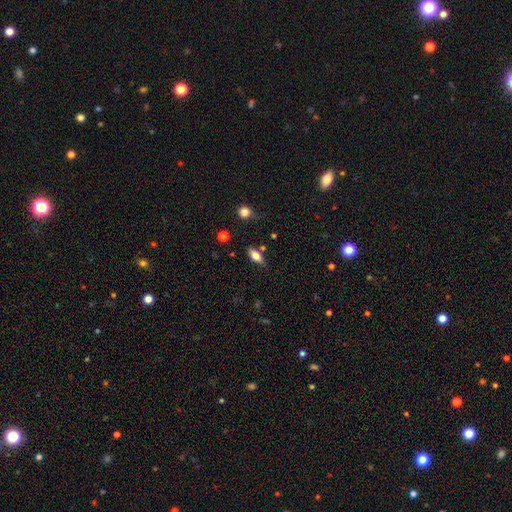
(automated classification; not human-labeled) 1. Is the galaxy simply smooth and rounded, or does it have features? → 65% smooth, 27% featured or disk, 8% star or artifact.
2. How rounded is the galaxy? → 79% in between, 17% cigar-shaped, 4% round.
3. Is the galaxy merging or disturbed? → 75% none, 16% minor disturbance, 5% merger, 4% major disturbance.